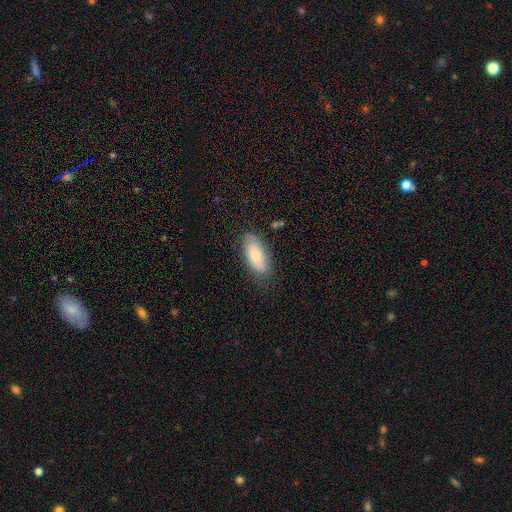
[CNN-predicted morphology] This is likely a smooth galaxy (68%). How rounded: clearly in between (87%). Merging: likely none (73%).